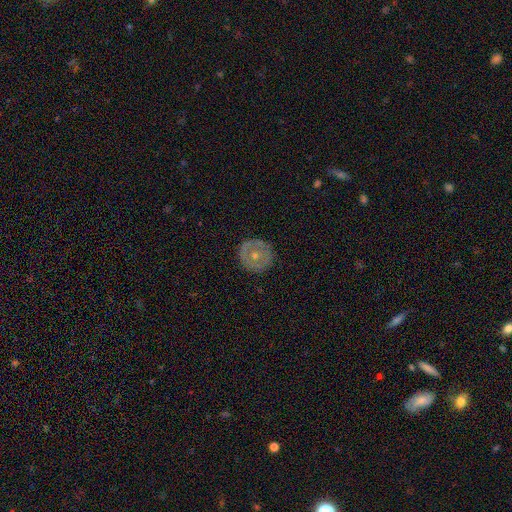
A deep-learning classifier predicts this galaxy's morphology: A featured or disk galaxy (47%).

Vote fractions:
- Smooth or featured? featured or disk: 47% / smooth: 46% / star or artifact: 7%
- Merging? none: 85% / minor disturbance: 11% / major disturbance: 3% / merger: 1%